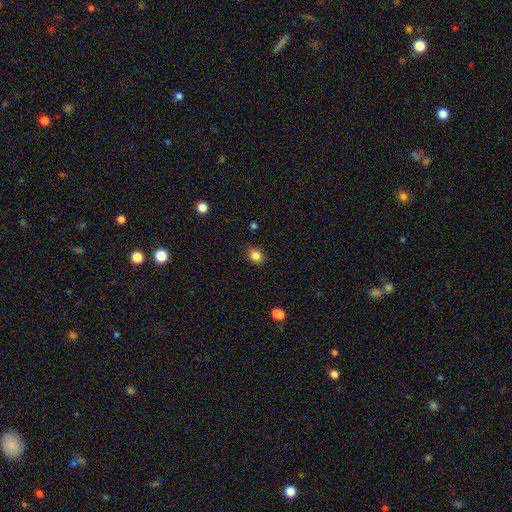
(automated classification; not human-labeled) Smooth or featured?
  - smooth: 84% *
  - star or artifact: 11%
  - featured or disk: 5%
How rounded?
  - round: 57% *
  - in between: 42%
  - cigar-shaped: 1%
Merging?
  - none: 85% *
  - minor disturbance: 11%
  - major disturbance: 2%
  - merger: 1%